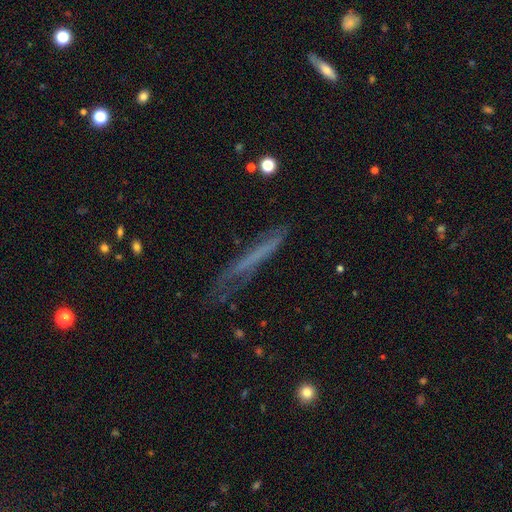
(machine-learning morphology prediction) Smooth or featured?
  - smooth: 46% *
  - featured or disk: 43%
  - star or artifact: 11%
Merging?
  - none: 63% *
  - minor disturbance: 24%
  - major disturbance: 11%
  - merger: 3%